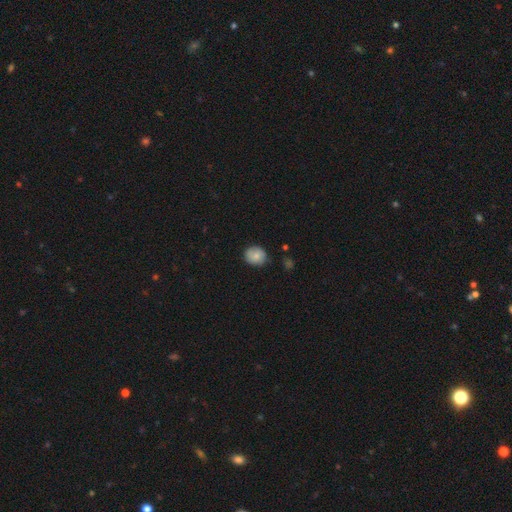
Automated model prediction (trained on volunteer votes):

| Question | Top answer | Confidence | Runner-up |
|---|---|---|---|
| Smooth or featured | smooth | 75% | featured or disk (17%) |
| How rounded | round | 72% | in between (27%) |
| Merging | none | 74% | minor disturbance (21%) |